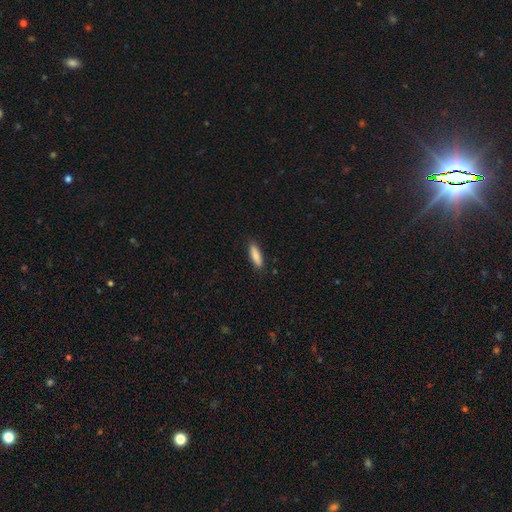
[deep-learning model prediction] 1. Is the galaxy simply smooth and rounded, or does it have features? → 86% smooth, 8% featured or disk, 6% star or artifact.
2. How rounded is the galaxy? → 55% cigar-shaped, 44% in between, 2% round.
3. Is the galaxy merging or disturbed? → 86% none, 11% minor disturbance, 2% major disturbance, 1% merger.